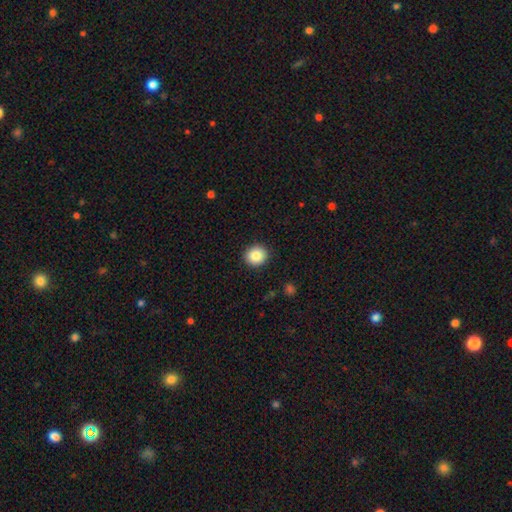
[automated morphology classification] smooth-or-featured: smooth: 86% | star or artifact: 9% | featured or disk: 6%
  how-rounded: round: 87% | in between: 12% | cigar-shaped: 1%
  merging: none: 91% | minor disturbance: 6% | major disturbance: 2% | merger: 1%